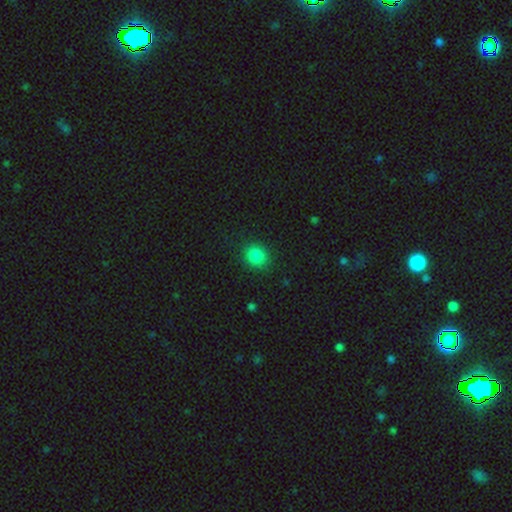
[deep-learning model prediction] A smooth galaxy with no disk features (85%) that is round (76%). Merging: none (89%).